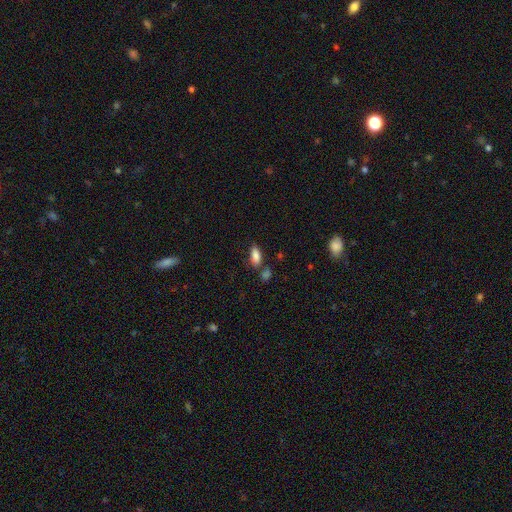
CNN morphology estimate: smooth 84%, star or artifact 9%, featured or disk 7%. Down the decision tree: how rounded — in between (86%); merging — none (64%).